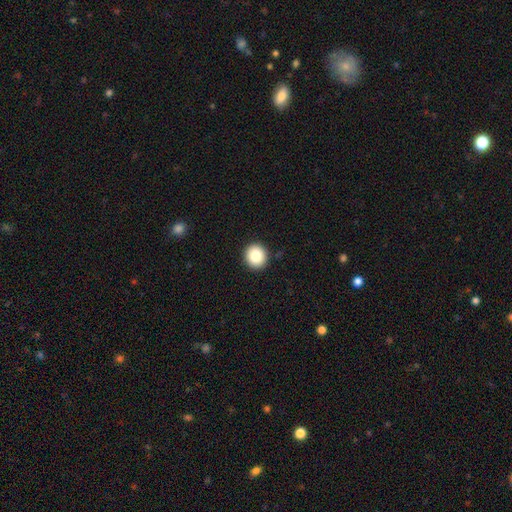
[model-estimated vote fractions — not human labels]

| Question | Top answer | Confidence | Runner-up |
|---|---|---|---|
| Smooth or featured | smooth | 85% | star or artifact (9%) |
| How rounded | round | 91% | in between (8%) |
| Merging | none | 92% | minor disturbance (5%) |